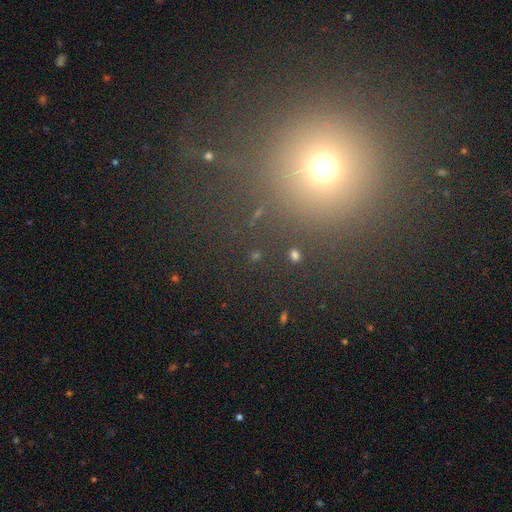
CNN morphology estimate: smooth-or-featured: star or artifact: 48% | smooth: 41% | featured or disk: 11%